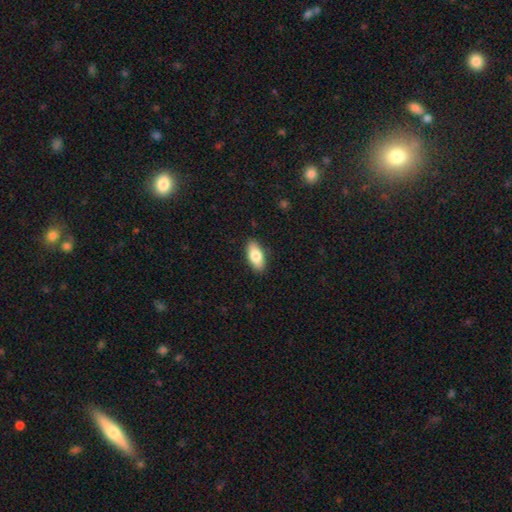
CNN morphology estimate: Overall: smooth (81%). How rounded: in between (88%). Merging: none (88%).